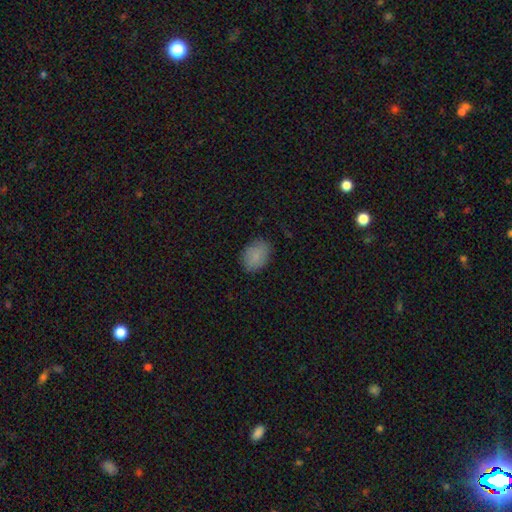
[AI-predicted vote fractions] Q: Smooth or featured?
A: smooth (86%); runner-up: star or artifact (8%)
Q: How rounded?
A: in between (73%); runner-up: round (26%)
Q: Merging?
A: none (81%); runner-up: minor disturbance (15%)